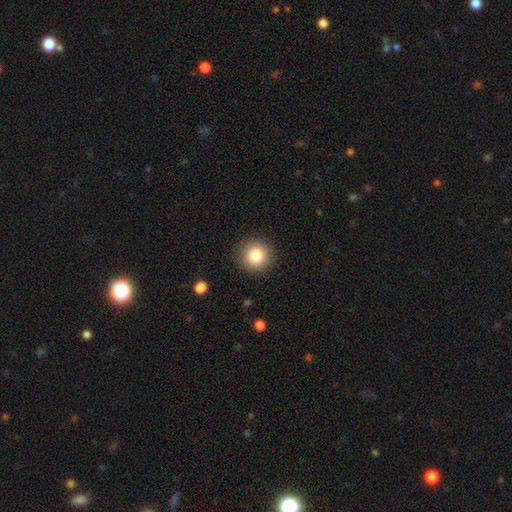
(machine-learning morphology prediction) Smooth or featured?
  - smooth: 83% *
  - star or artifact: 10%
  - featured or disk: 7%
How rounded?
  - round: 95% *
  - in between: 4%
  - cigar-shaped: 1%
Merging?
  - none: 91% *
  - minor disturbance: 6%
  - major disturbance: 2%
  - merger: 1%